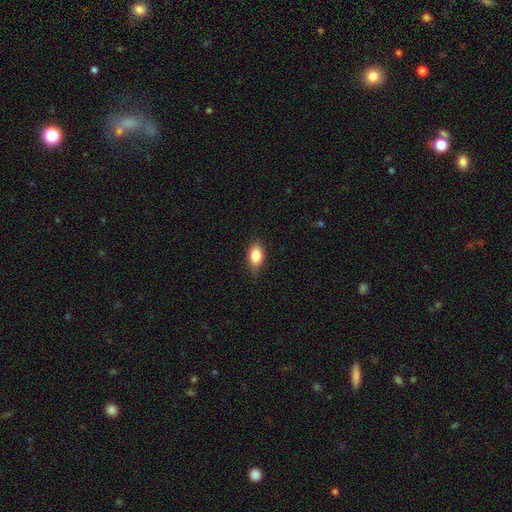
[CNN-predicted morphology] Overall: smooth (83%). How rounded: in between (86%). Merging: none (83%).